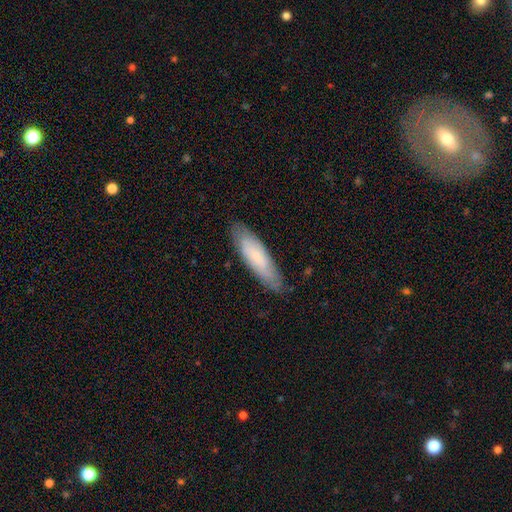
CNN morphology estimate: smooth_or_featured: smooth (p=0.64) [alt: featured or disk p=0.30]
how_rounded: cigar-shaped (p=0.61) [alt: in between p=0.38]
merging: none (p=0.82) [alt: minor disturbance p=0.14]